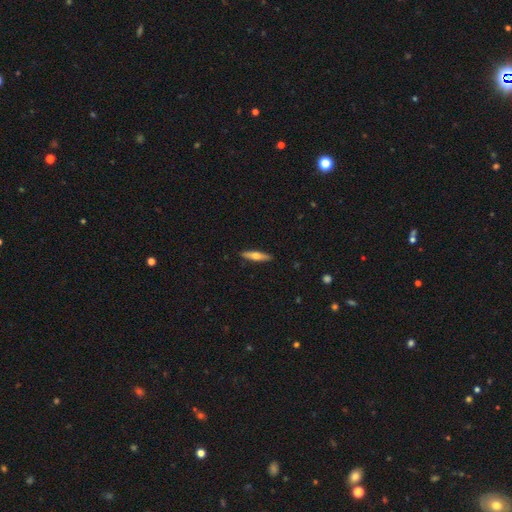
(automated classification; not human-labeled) A smooth galaxy with no disk features (48%).

Vote fractions:
- Smooth or featured? smooth: 48% / featured or disk: 46% / star or artifact: 5%
- Merging? none: 91% / minor disturbance: 7% / major disturbance: 1% / merger: 1%